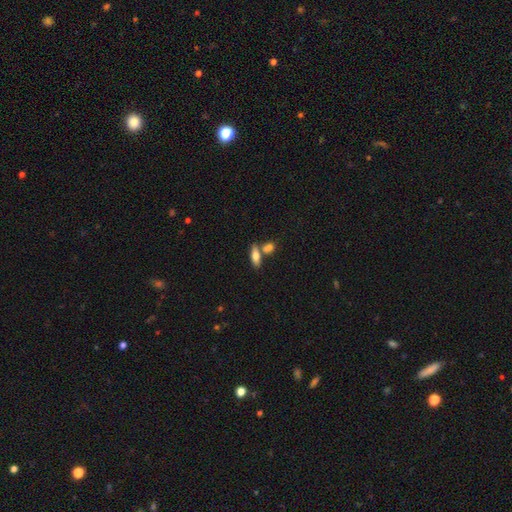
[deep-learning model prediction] smooth-or-featured: smooth: 70% | featured or disk: 22% | star or artifact: 8%
  how-rounded: in between: 67% | cigar-shaped: 28% | round: 4%
  merging: none: 55% | merger: 30% | minor disturbance: 11% | major disturbance: 4%